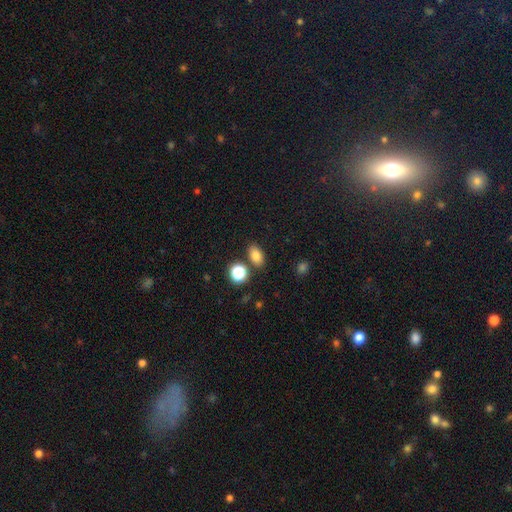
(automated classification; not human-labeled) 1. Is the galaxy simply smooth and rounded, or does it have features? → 79% smooth, 13% star or artifact, 8% featured or disk.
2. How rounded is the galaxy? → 83% in between, 15% round, 2% cigar-shaped.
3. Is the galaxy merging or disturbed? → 79% none, 10% minor disturbance, 8% merger, 3% major disturbance.